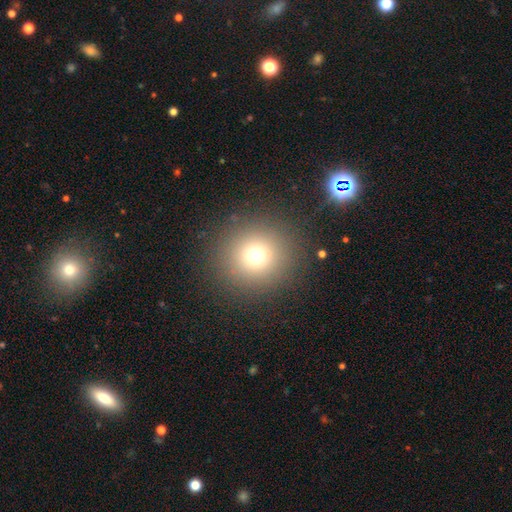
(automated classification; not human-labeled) This is likely a smooth galaxy (70%). How rounded: clearly round (94%). Merging: clearly none (88%).